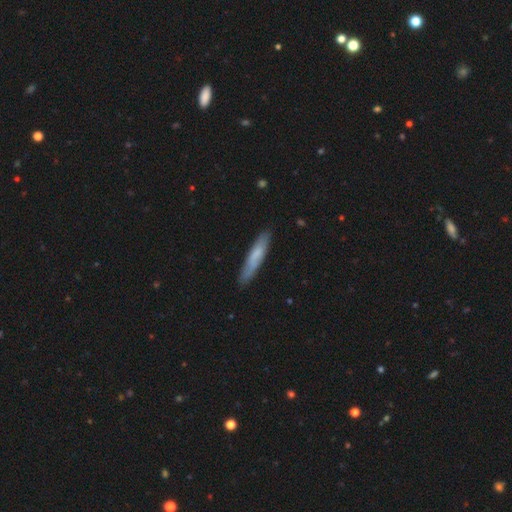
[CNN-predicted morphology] Overall: smooth (68%). How rounded: cigar-shaped (88%). Merging: none (84%).